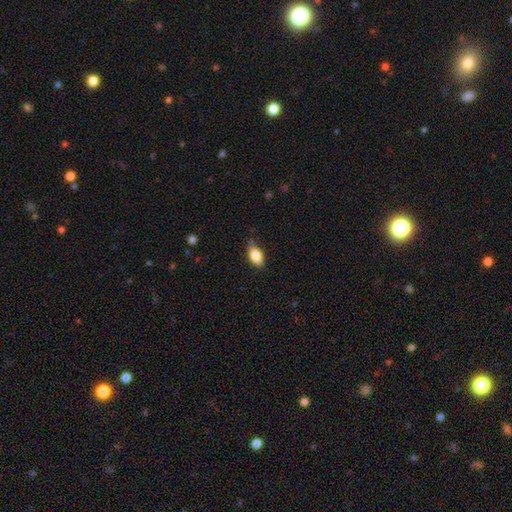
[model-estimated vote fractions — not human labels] smooth_or_featured: smooth (p=0.82) [alt: featured or disk p=0.11]
how_rounded: in between (p=0.89) [alt: round p=0.06]
merging: none (p=0.77) [alt: minor disturbance p=0.19]